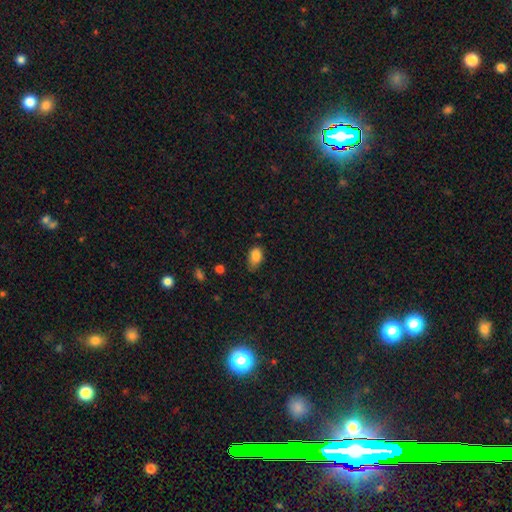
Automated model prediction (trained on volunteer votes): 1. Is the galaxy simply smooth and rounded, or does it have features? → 86% smooth, 9% star or artifact, 6% featured or disk.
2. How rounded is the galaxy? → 87% in between, 11% round, 2% cigar-shaped.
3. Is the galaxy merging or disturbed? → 56% none, 35% minor disturbance, 7% major disturbance, 2% merger.